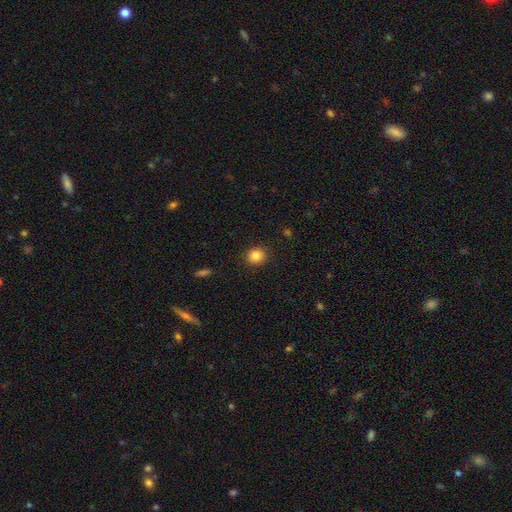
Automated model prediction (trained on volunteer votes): Smooth or featured?
  - smooth: 85% *
  - star or artifact: 10%
  - featured or disk: 4%
How rounded?
  - round: 83% *
  - in between: 16%
  - cigar-shaped: 1%
Merging?
  - none: 90% *
  - minor disturbance: 7%
  - major disturbance: 2%
  - merger: 1%